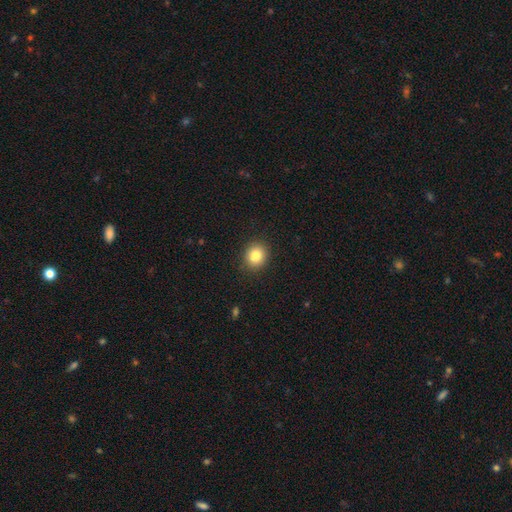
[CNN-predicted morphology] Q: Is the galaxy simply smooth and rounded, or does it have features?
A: smooth — 83%.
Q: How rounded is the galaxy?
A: round — 84%.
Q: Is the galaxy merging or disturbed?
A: none — 91%.